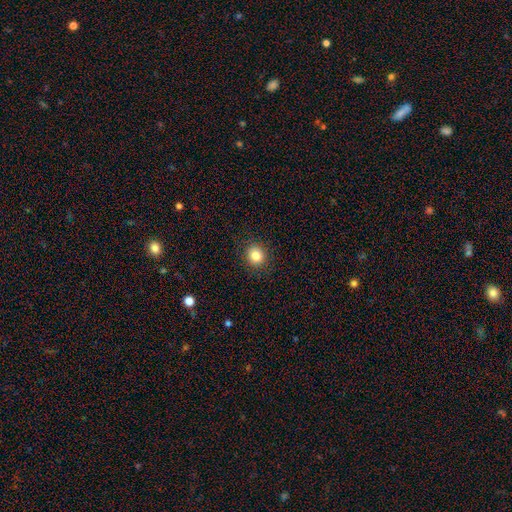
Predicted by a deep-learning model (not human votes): Smooth or featured: smooth — 83% (star or artifact — 11%)
How rounded: round — 84% (in between — 15%)
Merging: none — 90% (minor disturbance — 7%)